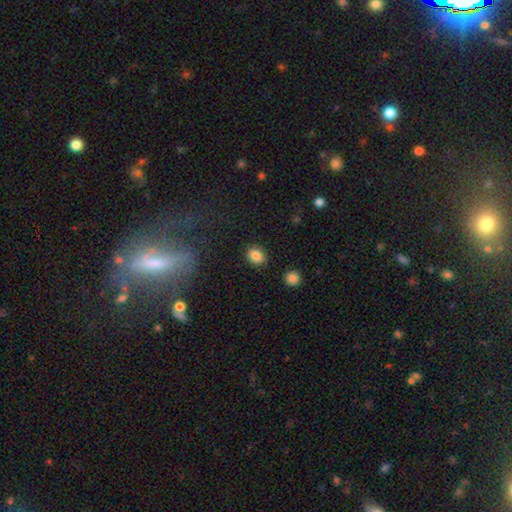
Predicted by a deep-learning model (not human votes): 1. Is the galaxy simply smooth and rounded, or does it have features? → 85% smooth, 9% star or artifact, 5% featured or disk.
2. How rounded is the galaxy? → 50% round, 49% in between, 1% cigar-shaped.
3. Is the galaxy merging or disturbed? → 88% none, 8% minor disturbance, 2% major disturbance, 2% merger.